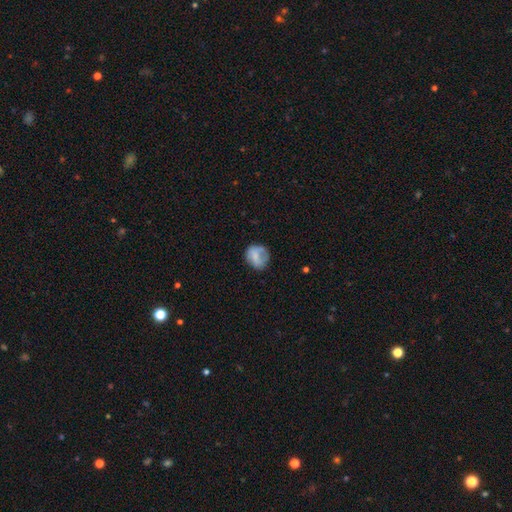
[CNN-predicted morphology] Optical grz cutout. It shows a smooth galaxy with no disk features (69%) that is round (69%). Merging: none (56%).